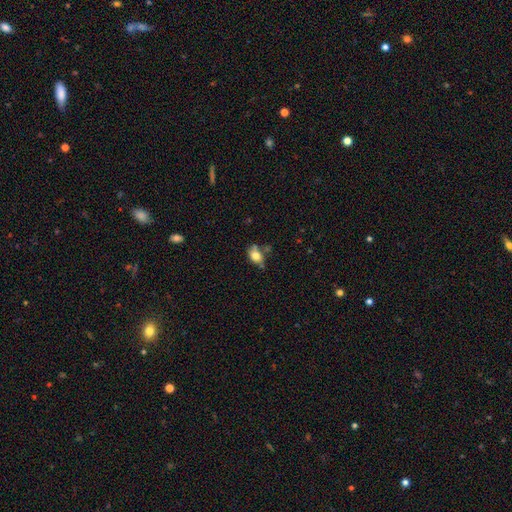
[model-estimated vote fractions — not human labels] This appears to be a smooth galaxy with no disk features (75%) that is in between round and cigar-shaped (77%). Merging: none (48%).